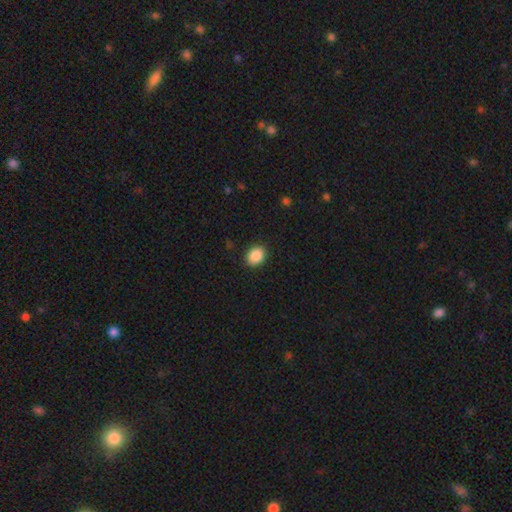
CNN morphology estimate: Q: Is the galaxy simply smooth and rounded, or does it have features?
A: smooth — 88%.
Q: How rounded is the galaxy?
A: in between — 57%.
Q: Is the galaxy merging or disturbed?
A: none — 90%.